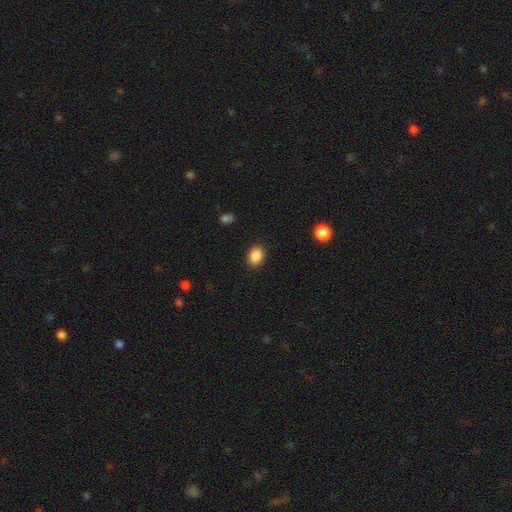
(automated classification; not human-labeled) Morphology: type=smooth (88%); roundness=in between (67%); merging=none (89%).